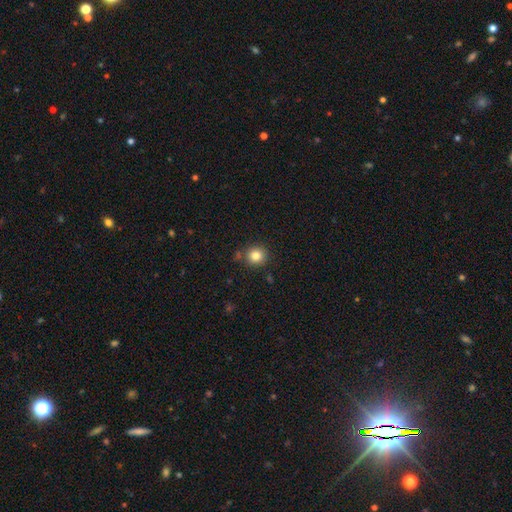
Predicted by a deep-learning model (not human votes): This appears to be a smooth galaxy with no disk features (82%) that is round (88%). Merging: none (82%).